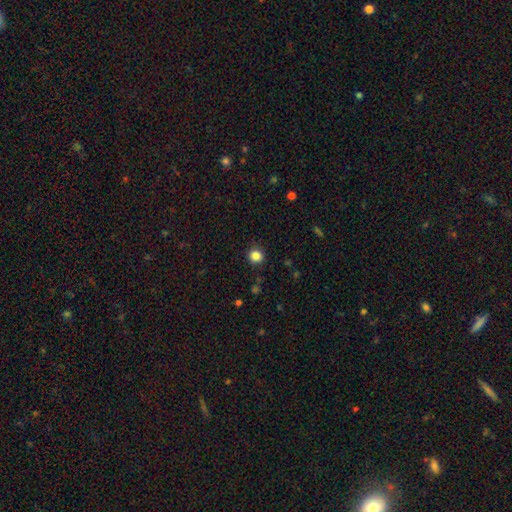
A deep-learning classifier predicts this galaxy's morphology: Q: Smooth or featured?
A: smooth (85%); runner-up: star or artifact (11%)
Q: How rounded?
A: round (88%); runner-up: in between (11%)
Q: Merging?
A: none (89%); runner-up: minor disturbance (8%)